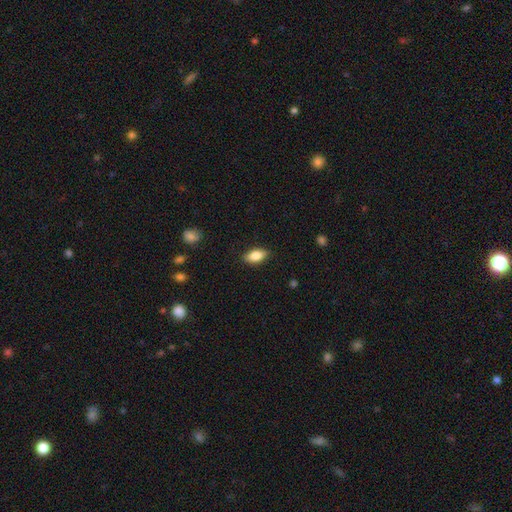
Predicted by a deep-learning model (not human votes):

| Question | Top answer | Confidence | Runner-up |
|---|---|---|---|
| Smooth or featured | smooth | 84% | featured or disk (9%) |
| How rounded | in between | 88% | cigar-shaped (8%) |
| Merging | none | 84% | minor disturbance (12%) |